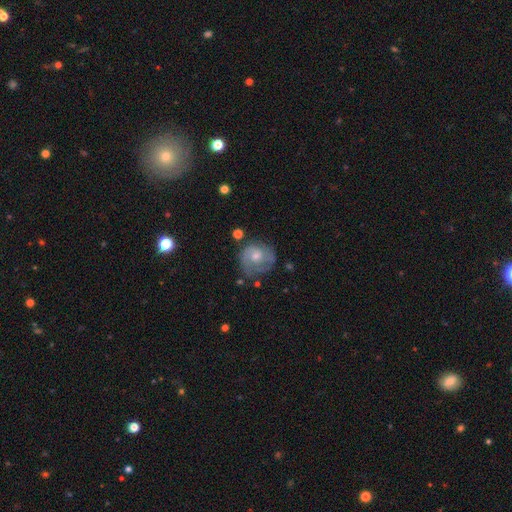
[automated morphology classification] smooth-or-featured: featured or disk: 64% | smooth: 27% | star or artifact: 9%
  disk-edge-on: no: 97% | yes: 3%
    bar: no: 74% | weak: 22% | strong: 3%
    has-spiral-arms: yes: 82% | no: 18%
      spiral-winding: tight: 54% | medium: 34% | loose: 13%
      spiral-arm-count: 2: 40% | can't tell: 30% | 1: 16% | 3: 10% | 4: 3% | more than 4: 2%
    bulge-size: moderate: 59% | small: 34% | large: 3% | none: 2% | dominant: 1%
  merging: none: 64% | minor disturbance: 23% | major disturbance: 11% | merger: 3%